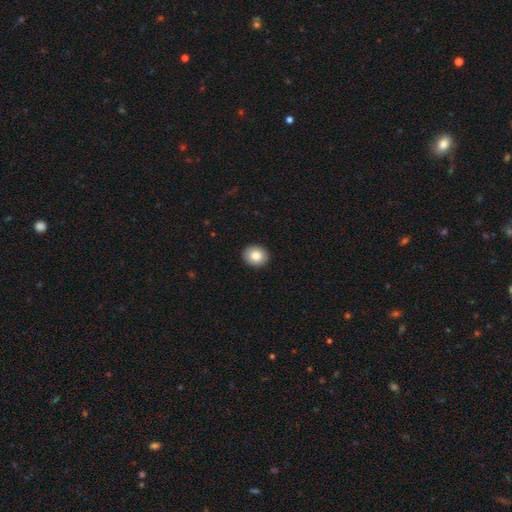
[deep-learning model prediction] smooth-or-featured: smooth: 85% | star or artifact: 8% | featured or disk: 7%
  how-rounded: round: 66% | in between: 33% | cigar-shaped: 1%
  merging: none: 92% | minor disturbance: 6% | major disturbance: 2% | merger: 1%